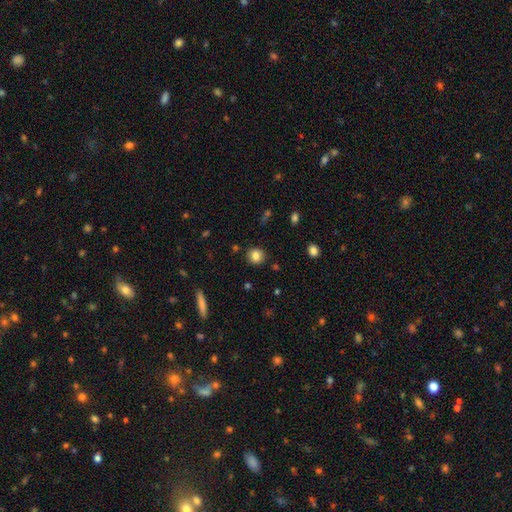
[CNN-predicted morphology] Smooth or featured? Predicted: smooth (p=0.82). How rounded? Predicted: round (p=0.87). Merging? Predicted: none (p=0.89).